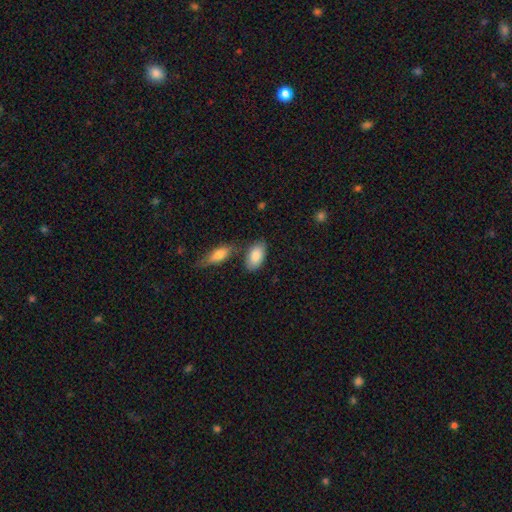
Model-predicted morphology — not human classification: This appears to be a smooth galaxy with no disk features (86%) that is in between round and cigar-shaped (93%). Merging: none (68%).